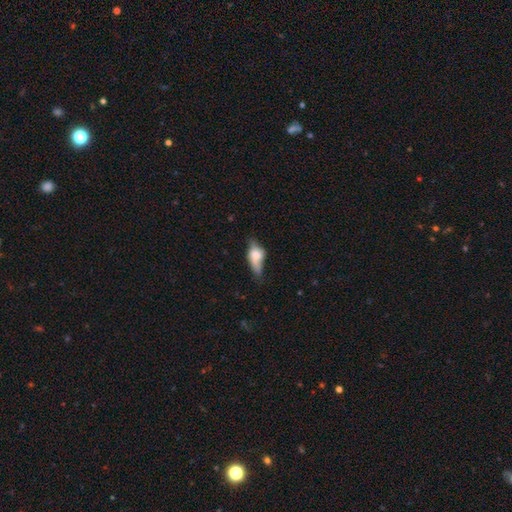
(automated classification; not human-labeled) This is possibly a smooth galaxy (59%). How rounded: likely in between (75%). Merging: marginally none (34%).